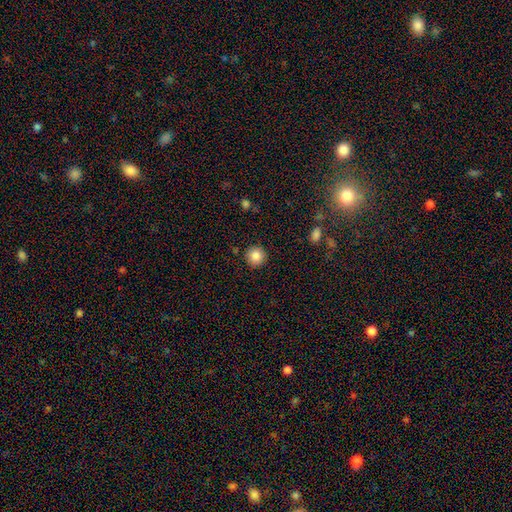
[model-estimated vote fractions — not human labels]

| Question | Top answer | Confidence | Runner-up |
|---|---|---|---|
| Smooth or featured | smooth | 86% | star or artifact (10%) |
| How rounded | round | 94% | in between (5%) |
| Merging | none | 90% | minor disturbance (6%) |